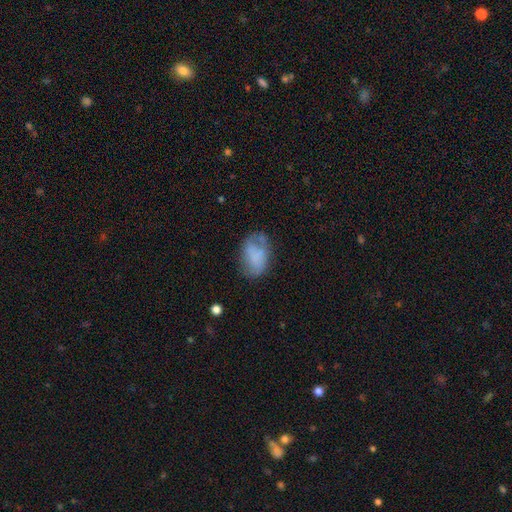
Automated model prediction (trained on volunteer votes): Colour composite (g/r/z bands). It shows a smooth galaxy with no disk features (64%) that is in between round and cigar-shaped (87%). Merging: none (50%).